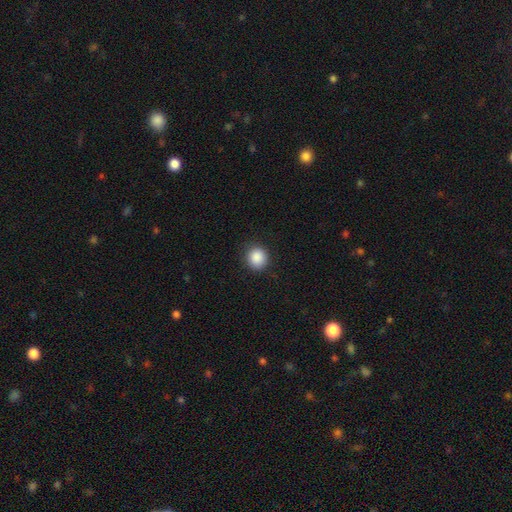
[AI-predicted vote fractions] Smooth or featured?
  - smooth: 88% *
  - star or artifact: 9%
  - featured or disk: 3%
How rounded?
  - round: 89% *
  - in between: 10%
  - cigar-shaped: 1%
Merging?
  - none: 89% *
  - minor disturbance: 7%
  - major disturbance: 2%
  - merger: 1%